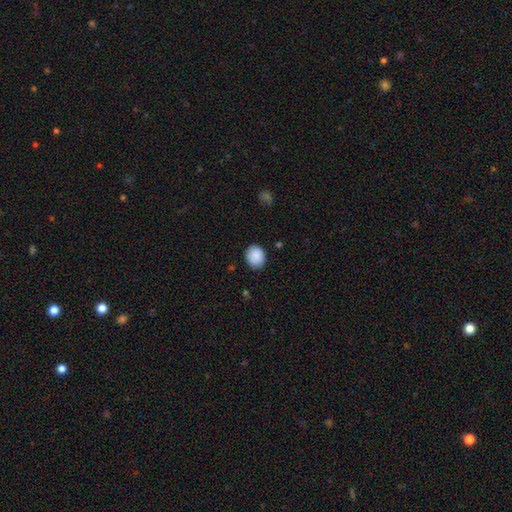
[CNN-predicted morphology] Smooth or featured? smooth (89%)
How rounded? round (67%)
Merging? none (85%)